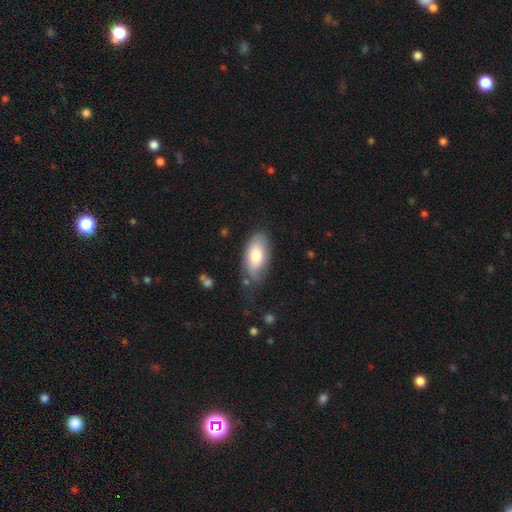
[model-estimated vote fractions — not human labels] Smooth or featured? smooth (76%)
How rounded? in between (92%)
Merging? none (63%)